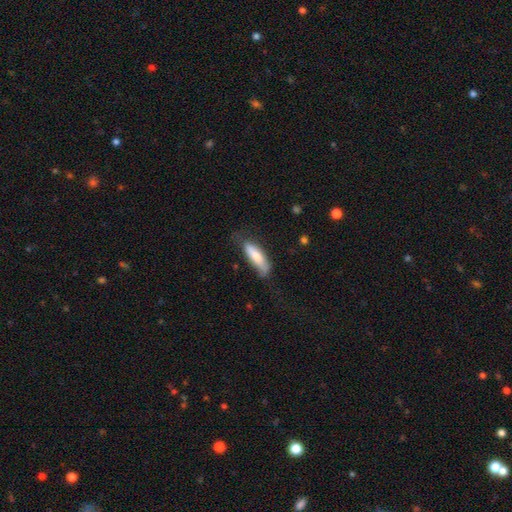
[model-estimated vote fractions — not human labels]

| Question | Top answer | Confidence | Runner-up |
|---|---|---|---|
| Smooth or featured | smooth | 71% | featured or disk (23%) |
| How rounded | cigar-shaped | 51% | in between (47%) |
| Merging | none | 53% | minor disturbance (32%) |